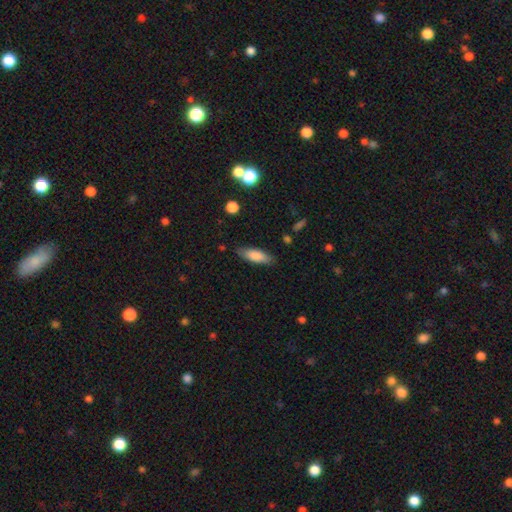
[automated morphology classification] Smooth or featured? Predicted: smooth (p=0.81). How rounded? Predicted: in between (p=0.60). Merging? Predicted: none (p=0.83).